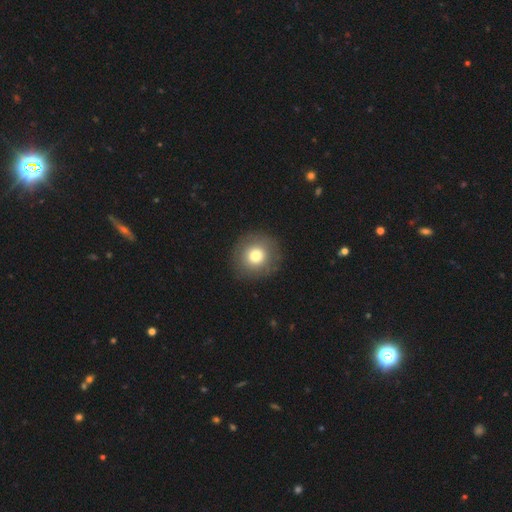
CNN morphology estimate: A smooth galaxy with no disk features (76%) that is round (93%).

Vote fractions:
- Smooth or featured? smooth: 76% / featured or disk: 14% / star or artifact: 10%
- How rounded? round: 93% / in between: 6% / cigar-shaped: 1%
- Merging? none: 89% / minor disturbance: 7% / major disturbance: 3% / merger: 1%